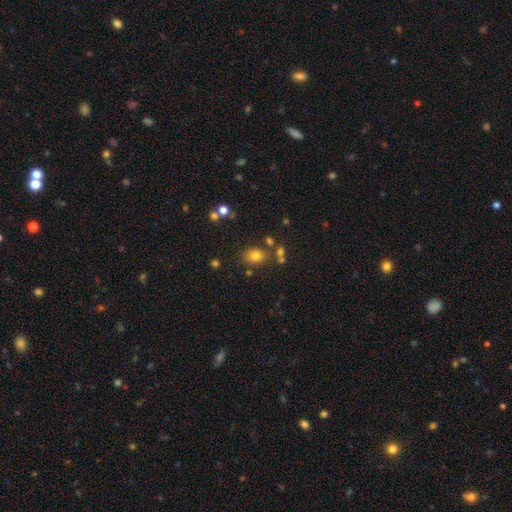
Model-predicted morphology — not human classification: A smooth galaxy with no disk features (78%) that is in between round and cigar-shaped (66%). Merging: none (72%).